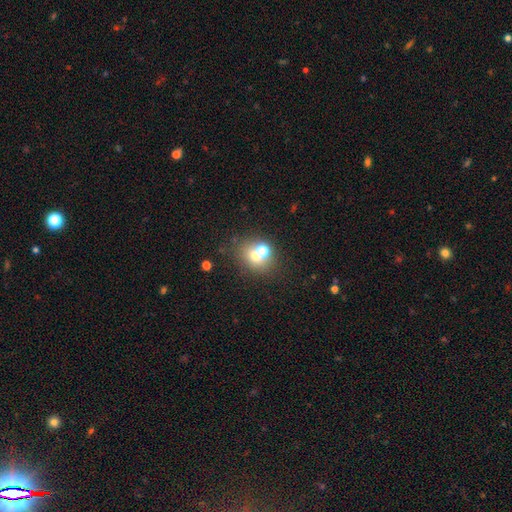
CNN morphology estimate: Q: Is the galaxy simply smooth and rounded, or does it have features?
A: smooth — 64%.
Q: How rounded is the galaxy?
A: round — 72%.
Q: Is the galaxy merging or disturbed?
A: none — 47%.